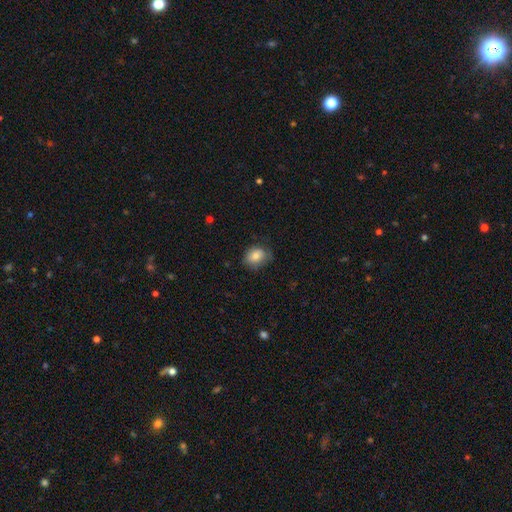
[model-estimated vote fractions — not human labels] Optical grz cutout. It shows a smooth galaxy with no disk features (81%) that is in between round and cigar-shaped (52%). Merging: none (67%).